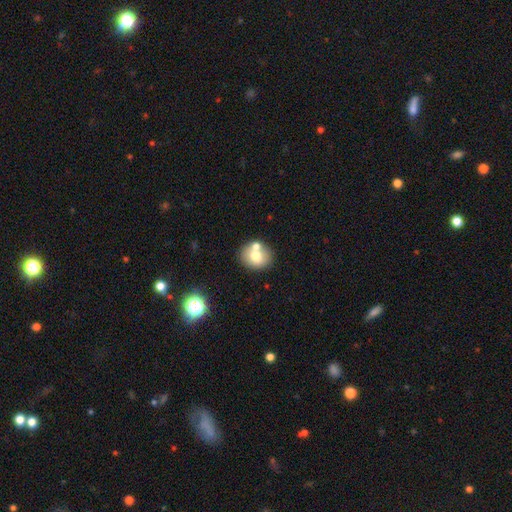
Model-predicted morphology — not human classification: Smooth or featured? smooth (69%)
How rounded? round (70%)
Merging? none (64%)